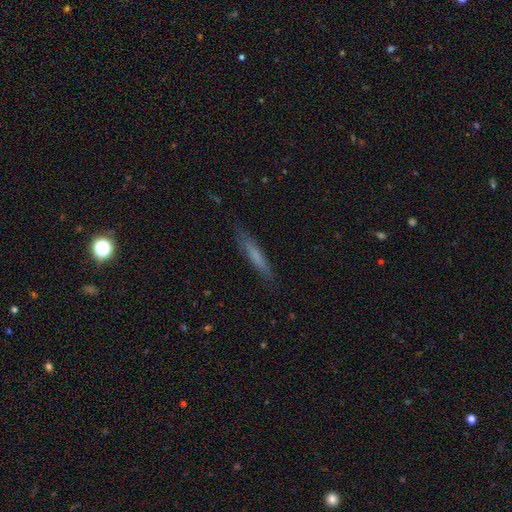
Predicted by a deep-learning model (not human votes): The model was most divided on "smooth or featured": smooth: 63%, featured or disk: 29%, star or artifact: 7%. More confident: how rounded — cigar-shaped (93%); merging — none (83%).